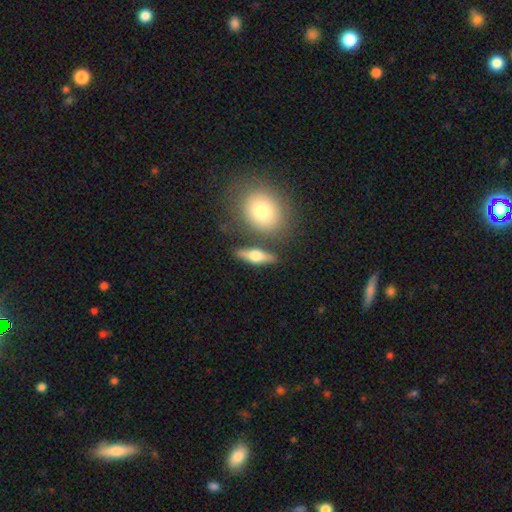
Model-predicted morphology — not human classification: The model was most divided on "smooth or featured": featured or disk: 55%, smooth: 38%, star or artifact: 7%. More confident: edge-on disk — yes (88%); merging — none (79%).